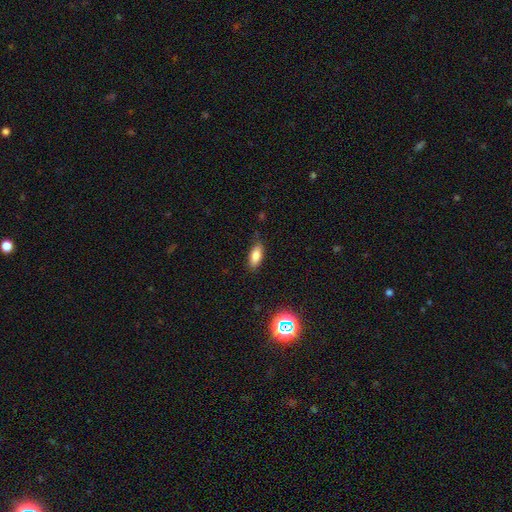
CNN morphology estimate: A smooth galaxy with no disk features (81%) that is in between round and cigar-shaped (79%).

Vote fractions:
- Smooth or featured? smooth: 81% / star or artifact: 10% / featured or disk: 9%
- How rounded? in between: 79% / cigar-shaped: 18% / round: 3%
- Merging? none: 79% / minor disturbance: 16% / major disturbance: 3% / merger: 1%